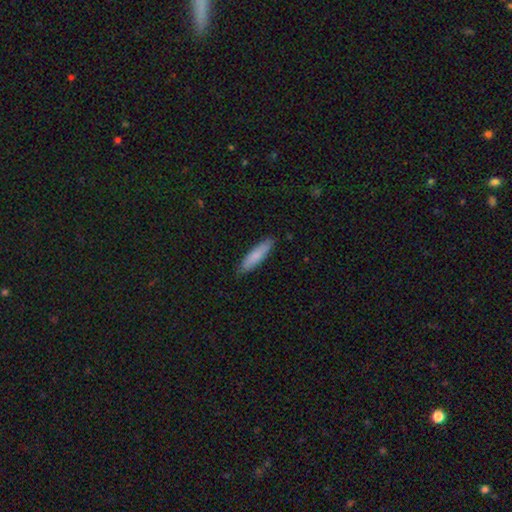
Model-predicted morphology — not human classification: smooth 81%, featured or disk 14%, star or artifact 5%. Down the decision tree: how rounded — cigar-shaped (75%); merging — none (85%).